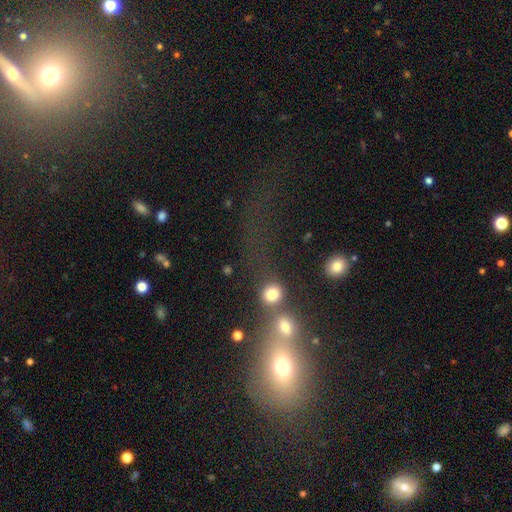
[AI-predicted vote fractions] Q: Smooth or featured?
A: smooth (52%); runner-up: star or artifact (27%)
Q: How rounded?
A: round (53%); runner-up: in between (38%)
Q: Merging?
A: merger (49%); runner-up: none (24%)